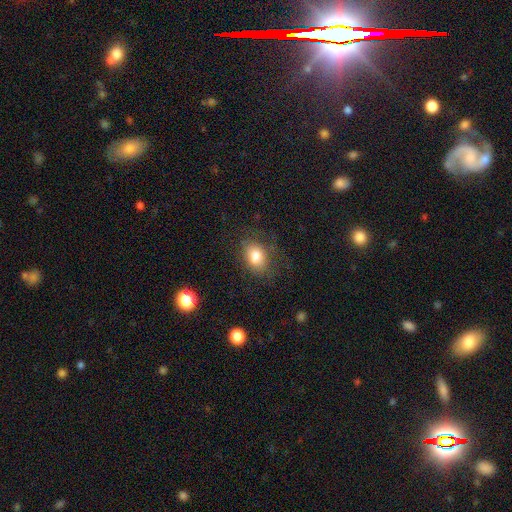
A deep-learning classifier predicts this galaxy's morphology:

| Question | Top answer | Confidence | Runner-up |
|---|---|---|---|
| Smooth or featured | smooth | 80% | featured or disk (10%) |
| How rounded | in between | 72% | round (26%) |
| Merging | none | 69% | minor disturbance (19%) |